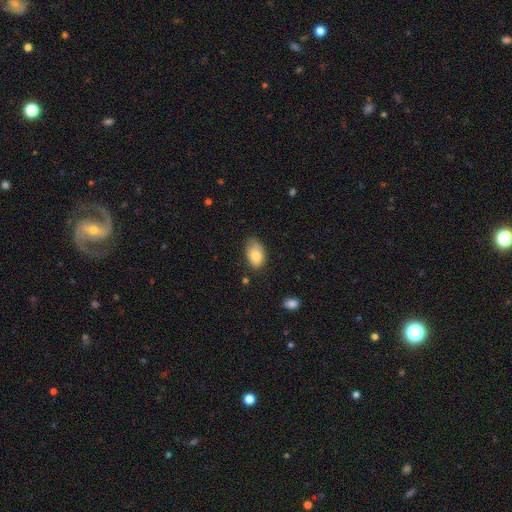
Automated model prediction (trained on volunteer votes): Smooth or featured: smooth — 82% (featured or disk — 11%)
How rounded: in between — 90% (round — 8%)
Merging: none — 64% (minor disturbance — 29%)